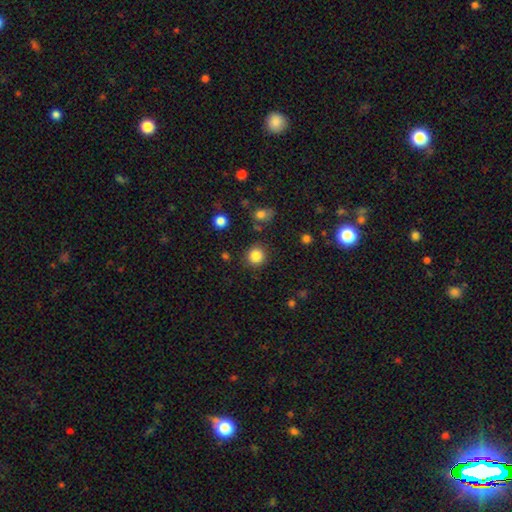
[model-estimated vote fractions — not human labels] Overall: smooth (84%). How rounded: round (92%). Merging: none (88%).